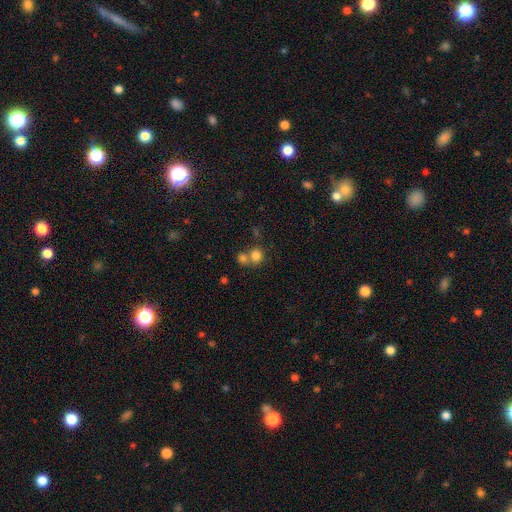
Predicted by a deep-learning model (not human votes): smooth_or_featured: smooth (p=0.80) [alt: star or artifact p=0.11]
how_rounded: round (p=0.81) [alt: in between p=0.18]
merging: merger (p=0.45) [alt: none p=0.44]